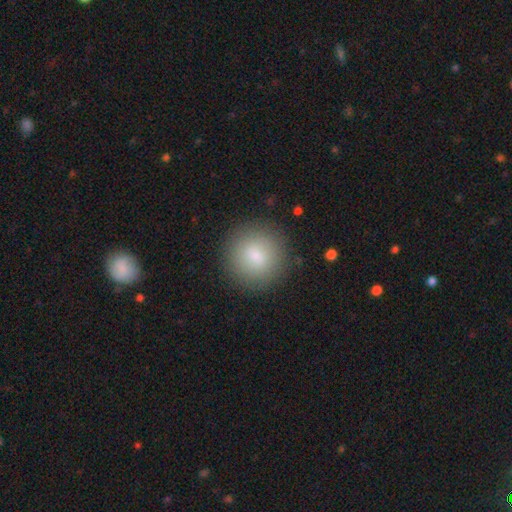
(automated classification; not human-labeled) Overall: smooth (81%). How rounded: round (94%). Merging: none (89%).